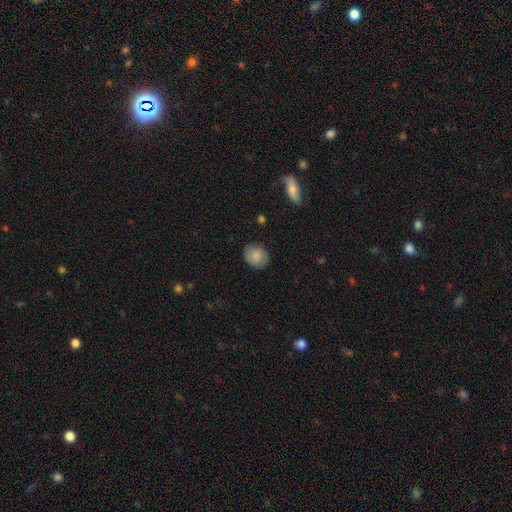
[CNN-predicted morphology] Smooth or featured? Predicted: smooth (p=0.83). How rounded? Predicted: round (p=0.61). Merging? Predicted: none (p=0.83).